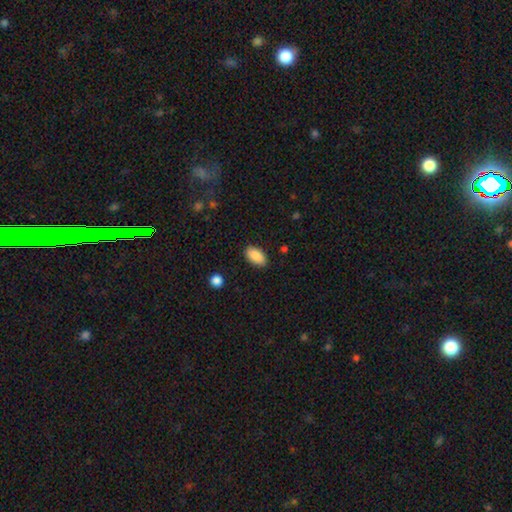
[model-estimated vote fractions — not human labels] This is clearly a smooth galaxy (89%). How rounded: clearly in between (93%). Merging: clearly none (87%).